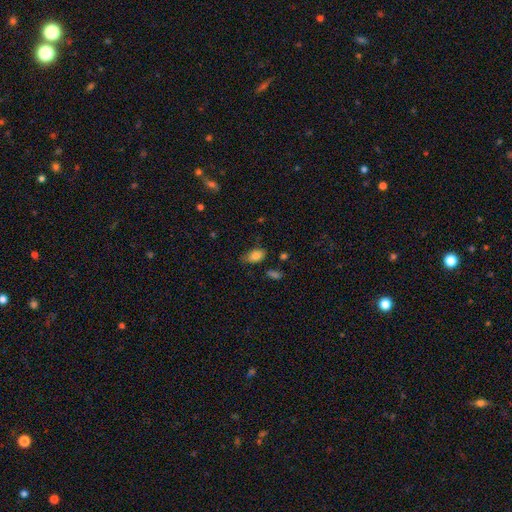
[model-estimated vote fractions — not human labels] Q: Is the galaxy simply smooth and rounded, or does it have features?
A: smooth — 82%.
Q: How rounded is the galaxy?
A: in between — 89%.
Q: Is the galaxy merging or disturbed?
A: none — 64%.